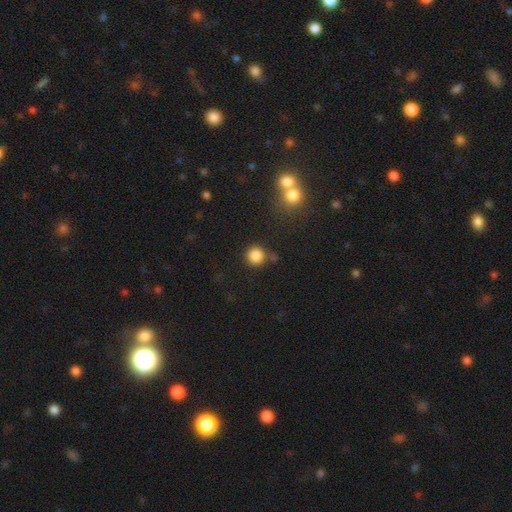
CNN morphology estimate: This is clearly a smooth galaxy (84%). How rounded: clearly round (93%). Merging: likely none (78%).